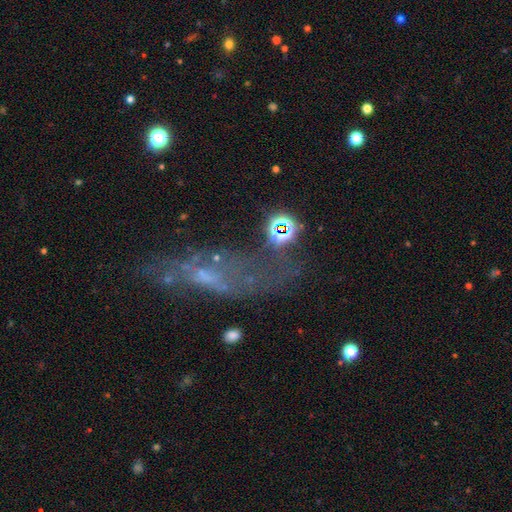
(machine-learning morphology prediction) Overall: featured or disk (52%; smooth 24%). Edge-on disk: no (71%). Merging: none (49%; major disturbance 22%).